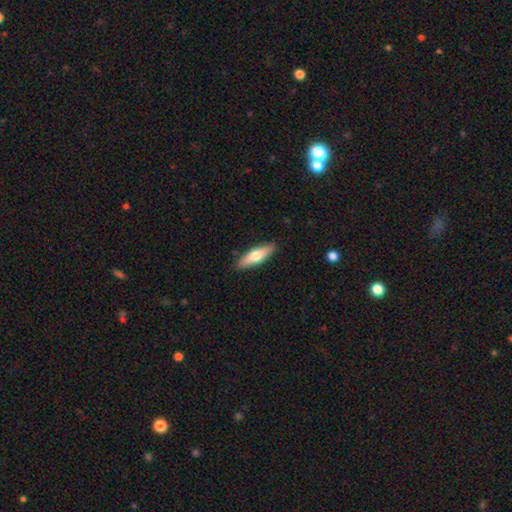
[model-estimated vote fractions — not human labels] smooth_or_featured: smooth (p=0.67) [alt: featured or disk p=0.27]
how_rounded: cigar-shaped (p=0.53) [alt: in between p=0.45]
merging: none (p=0.89) [alt: minor disturbance p=0.08]